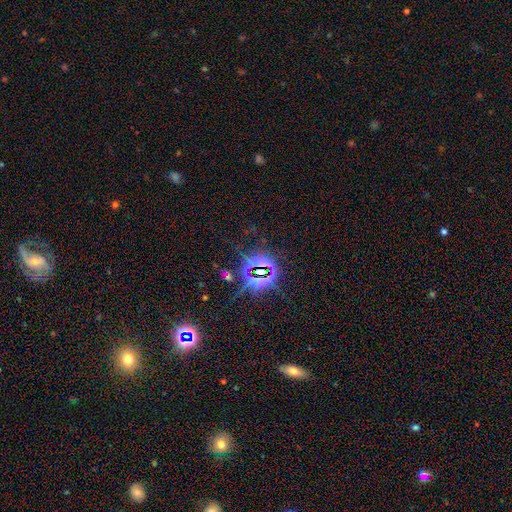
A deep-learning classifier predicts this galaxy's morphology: Smooth or featured? Predicted: star or artifact (p=0.82).